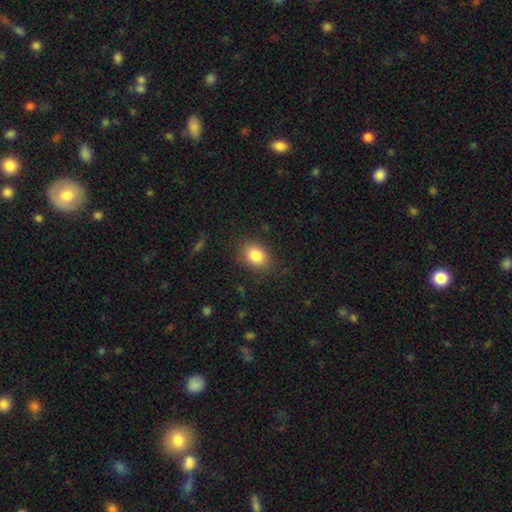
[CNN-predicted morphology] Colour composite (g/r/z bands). It shows a smooth galaxy with no disk features (84%) that is in between round and cigar-shaped (63%). Merging: none (81%).